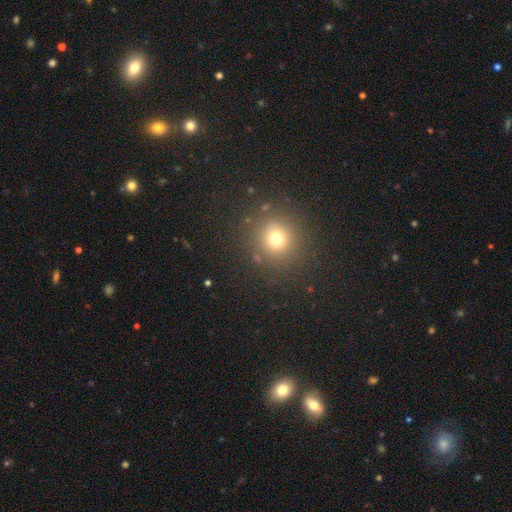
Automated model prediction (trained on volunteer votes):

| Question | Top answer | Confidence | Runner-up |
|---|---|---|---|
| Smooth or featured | smooth | 60% | star or artifact (33%) |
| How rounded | round | 92% | in between (6%) |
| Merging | none | 89% | minor disturbance (6%) |